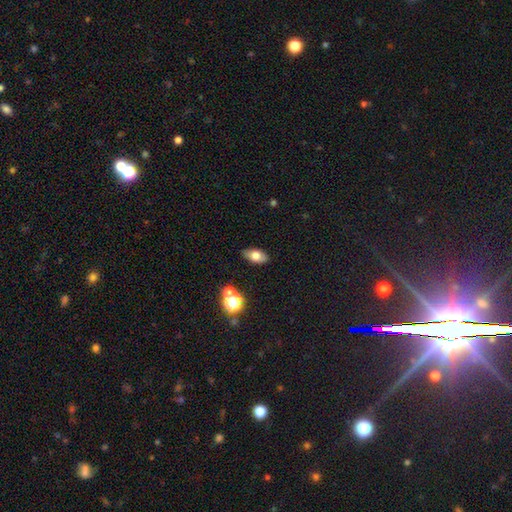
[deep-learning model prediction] Smooth or featured?
  - smooth: 70% *
  - featured or disk: 19%
  - star or artifact: 10%
How rounded?
  - in between: 87% *
  - round: 7%
  - cigar-shaped: 6%
Merging?
  - none: 85% *
  - minor disturbance: 11%
  - major disturbance: 2%
  - merger: 2%